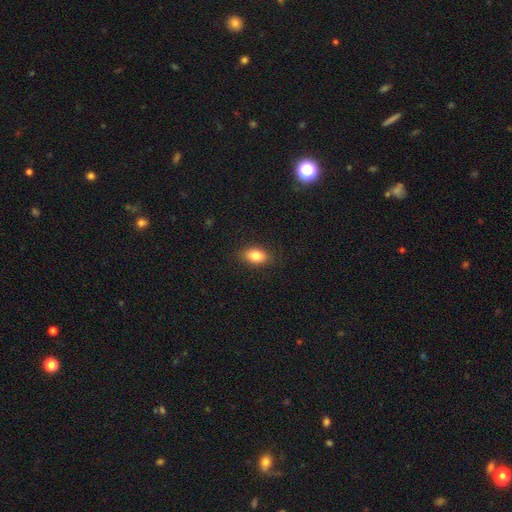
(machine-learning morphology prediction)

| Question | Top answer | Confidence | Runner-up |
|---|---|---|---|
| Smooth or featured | smooth | 83% | star or artifact (8%) |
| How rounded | in between | 85% | round (12%) |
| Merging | none | 87% | minor disturbance (10%) |